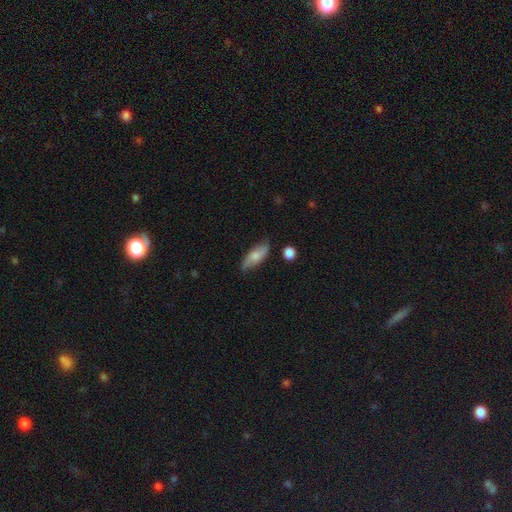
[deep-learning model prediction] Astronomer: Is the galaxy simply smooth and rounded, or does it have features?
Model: smooth — 64%.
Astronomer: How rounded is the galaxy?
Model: in between — 70%.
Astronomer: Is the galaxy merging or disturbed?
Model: none — 73%.